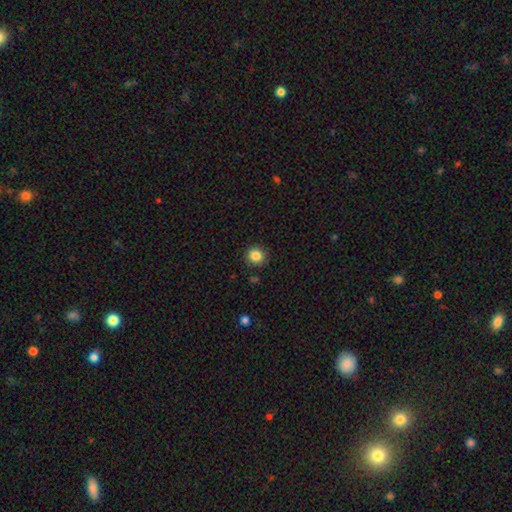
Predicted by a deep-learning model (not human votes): A smooth galaxy with no disk features (85%) that is round (85%). Merging: none (89%).